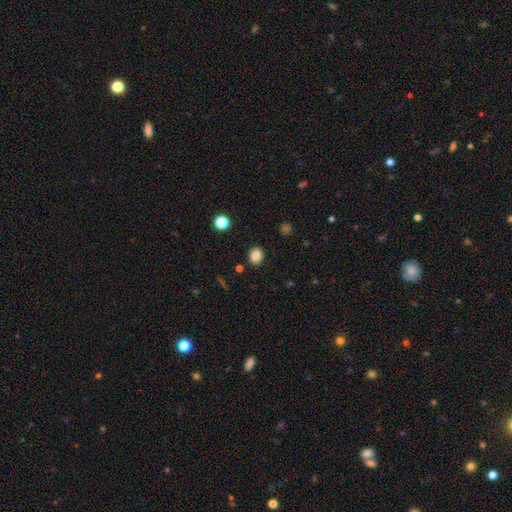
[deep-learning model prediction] The model was most divided on "how rounded": round: 50%, in between: 49%, cigar-shaped: 1%. More confident: merging — none (87%); smooth or featured — smooth (86%).